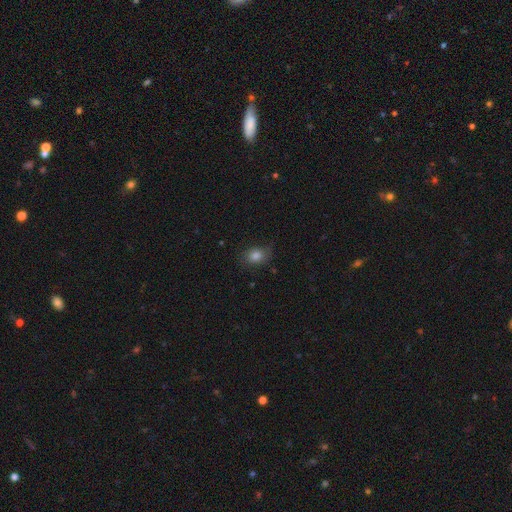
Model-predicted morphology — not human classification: The model was most divided on "how rounded": in between: 63%, round: 36%, cigar-shaped: 1%. More confident: smooth or featured — smooth (79%); merging — none (71%).